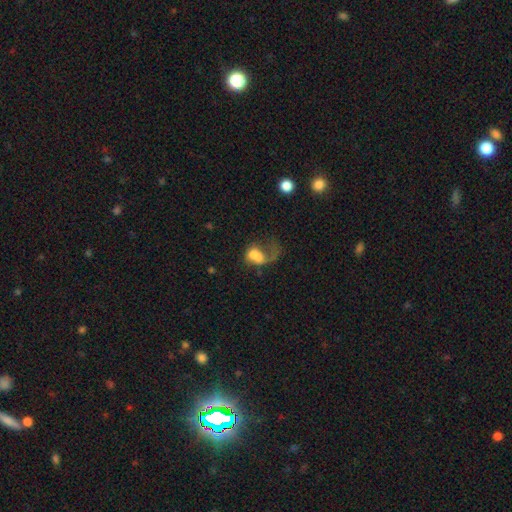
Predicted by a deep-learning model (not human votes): Smooth or featured? smooth (49%)
Merging? major disturbance (53%)